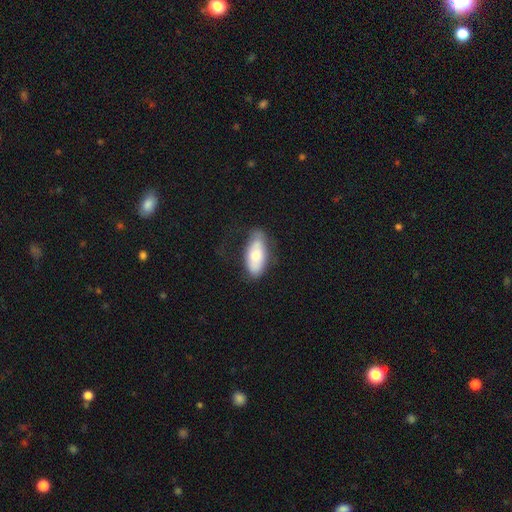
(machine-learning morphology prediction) Smooth or featured?
  - smooth: 66% *
  - featured or disk: 28%
  - star or artifact: 6%
How rounded?
  - in between: 88% *
  - cigar-shaped: 10%
  - round: 2%
Merging?
  - none: 57% *
  - minor disturbance: 28%
  - major disturbance: 13%
  - merger: 2%